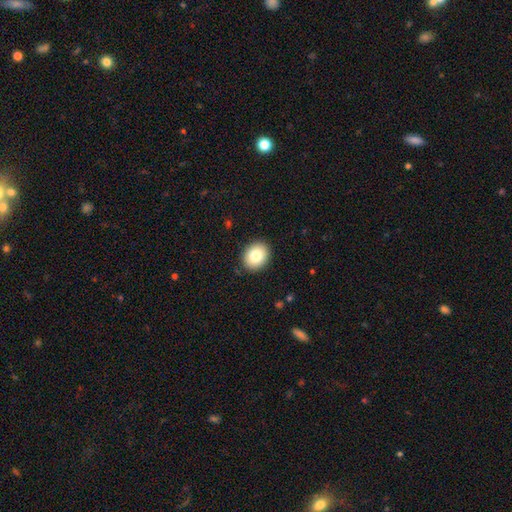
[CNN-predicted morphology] A smooth galaxy with no disk features (82%) that is round (58%).

Vote fractions:
- Smooth or featured? smooth: 82% / featured or disk: 9% / star or artifact: 9%
- How rounded? round: 58% / in between: 41% / cigar-shaped: 1%
- Merging? none: 90% / minor disturbance: 7% / major disturbance: 2% / merger: 1%